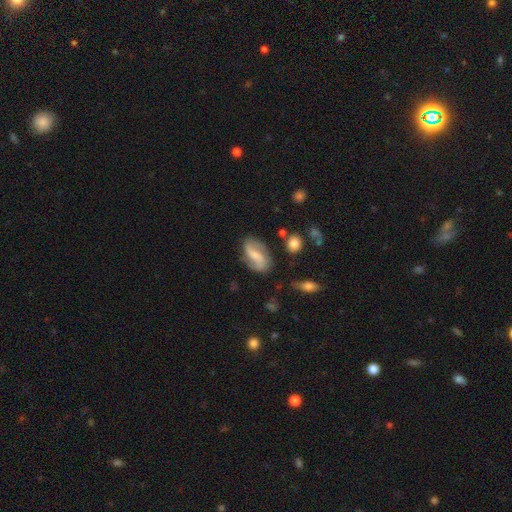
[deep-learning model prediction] smooth-or-featured: featured or disk: 71% | smooth: 23% | star or artifact: 6%
  disk-edge-on: no: 96% | yes: 4%
    bar: weak: 44% | no: 32% | strong: 23%
    has-spiral-arms: yes: 93% | no: 7%
      spiral-winding: loose: 51% | medium: 36% | tight: 13%
      spiral-arm-count: 2: 90% | can't tell: 5% | 1: 2% | 3: 1% | 4: 1% | more than 4: 1%
    bulge-size: small: 43% | moderate: 30% | none: 20% | large: 5% | dominant: 2%
  merging: none: 75% | minor disturbance: 17% | major disturbance: 6% | merger: 3%